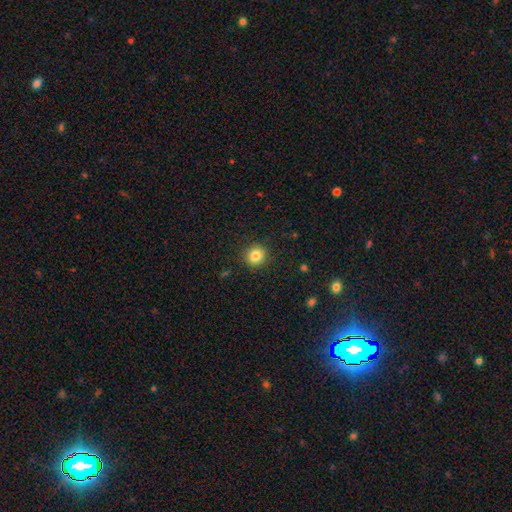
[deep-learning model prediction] smooth 84%, star or artifact 11%, featured or disk 6%. Down the decision tree: how rounded — round (92%); merging — none (91%).